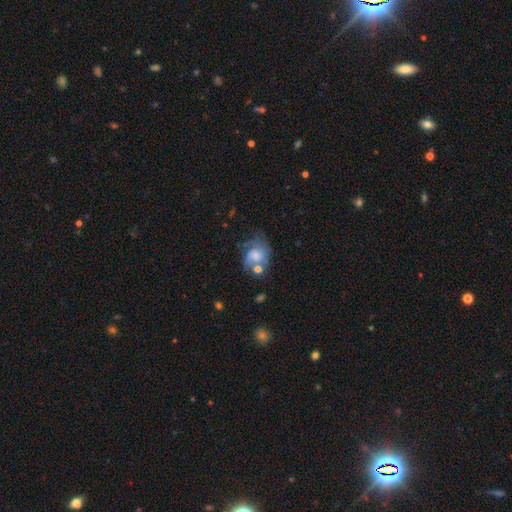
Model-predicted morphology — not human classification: Smooth or featured? featured or disk (54%)
Edge-on disk? no (97%)
Bar? no (74%)
Spiral arms? yes (78%)
Bulge size? moderate (35%)
Merging? none (37%)